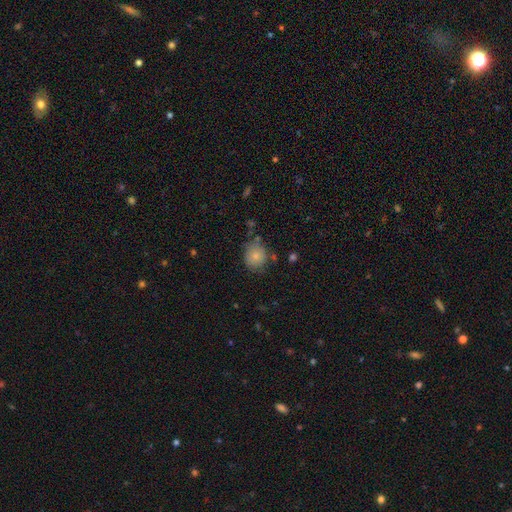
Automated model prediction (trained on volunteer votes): Smooth or featured? smooth (80%)
How rounded? round (83%)
Merging? none (72%)